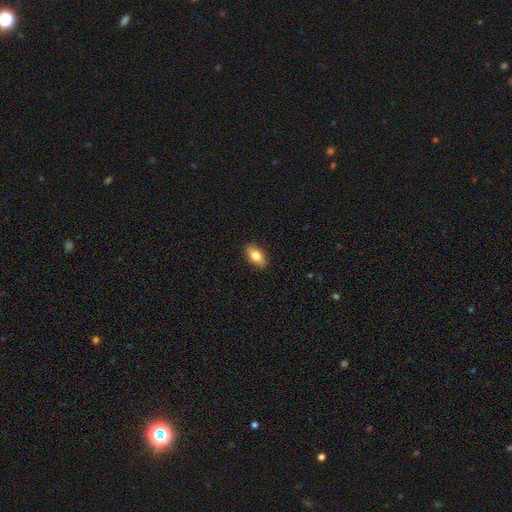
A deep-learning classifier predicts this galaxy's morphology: This is clearly a smooth galaxy (81%). How rounded: clearly in between (89%). Merging: clearly none (89%).